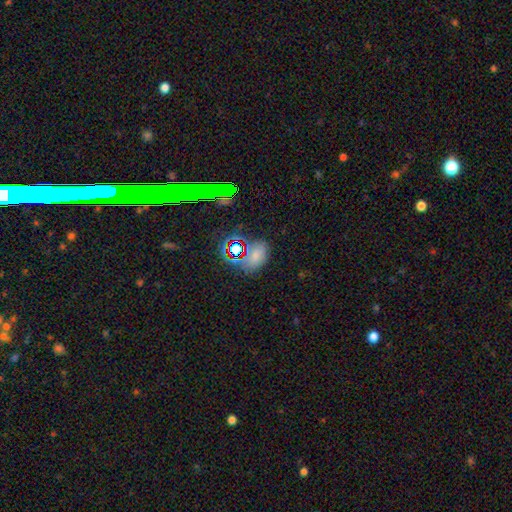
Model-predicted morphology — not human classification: smooth 57%, star or artifact 32%, featured or disk 11%. Down the decision tree: how rounded — in between (75%); merging — none (66%).